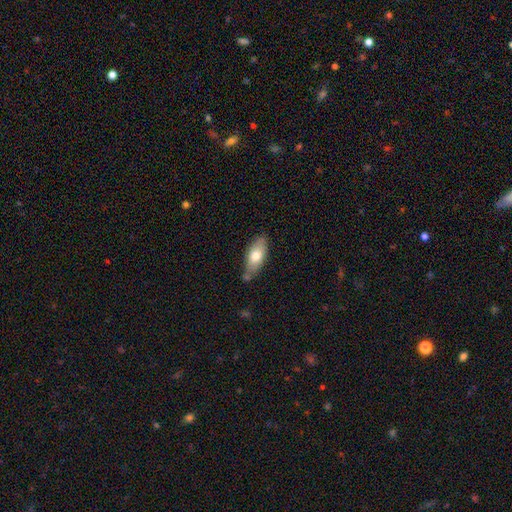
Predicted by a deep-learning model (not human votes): Q: Smooth or featured?
A: smooth (73%); runner-up: featured or disk (20%)
Q: How rounded?
A: in between (84%); runner-up: cigar-shaped (13%)
Q: Merging?
A: none (68%); runner-up: minor disturbance (20%)